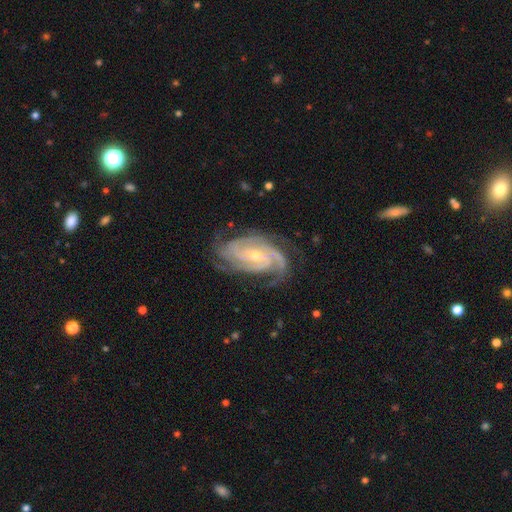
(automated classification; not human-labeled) smooth-or-featured: featured or disk: 93% | star or artifact: 4% | smooth: 3%
  disk-edge-on: no: 97% | yes: 3%
    bar: weak: 43% | no: 33% | strong: 24%
    has-spiral-arms: yes: 99% | no: 1%
      spiral-winding: tight: 65% | medium: 30% | loose: 4%
      spiral-arm-count: 3: 38% | 4: 26% | 2: 13% | can't tell: 11% | more than 4: 6% | 1: 6%
    bulge-size: small: 60% | moderate: 37% | large: 1% | none: 1% | dominant: 1%
  merging: none: 74% | minor disturbance: 18% | major disturbance: 7% | merger: 1%